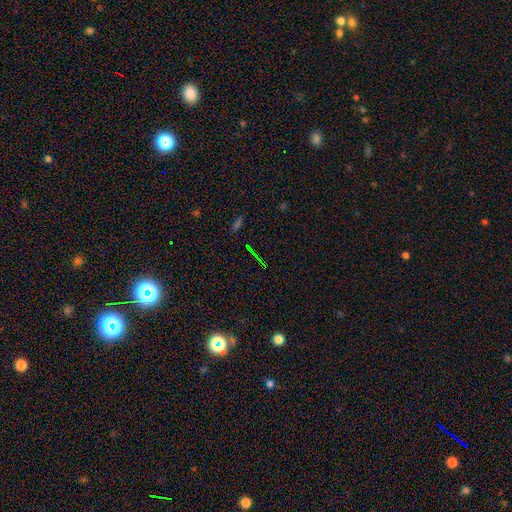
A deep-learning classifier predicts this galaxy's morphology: Smooth or featured? star or artifact (74%)